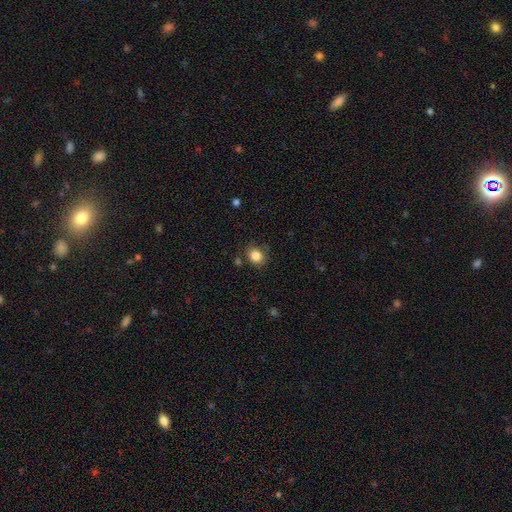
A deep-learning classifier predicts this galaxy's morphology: Q: Smooth or featured?
A: smooth (85%); runner-up: star or artifact (10%)
Q: How rounded?
A: round (66%); runner-up: in between (33%)
Q: Merging?
A: none (81%); runner-up: minor disturbance (12%)